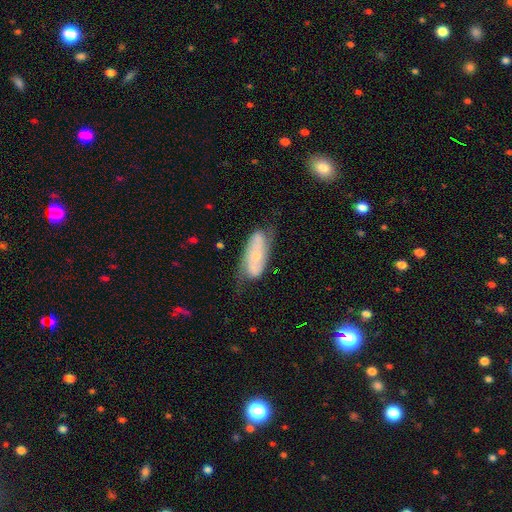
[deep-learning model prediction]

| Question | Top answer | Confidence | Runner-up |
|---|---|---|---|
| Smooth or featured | featured or disk | 60% | smooth (33%) |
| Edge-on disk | no | 87% | yes (13%) |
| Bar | no | 64% | weak (23%) |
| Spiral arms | yes | 81% | no (19%) |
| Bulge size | small | 68% | moderate (25%) |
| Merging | none | 58% | minor disturbance (28%) |